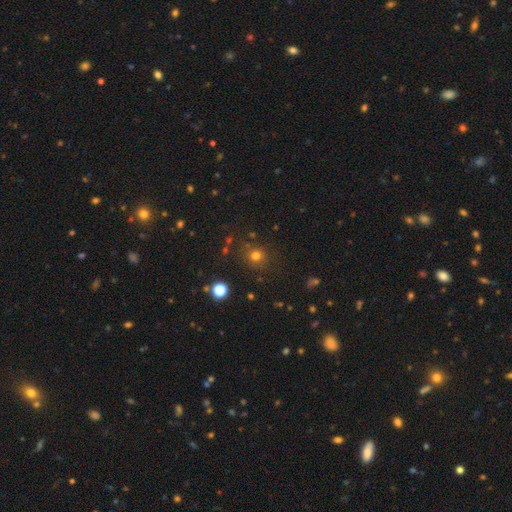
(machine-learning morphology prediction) Overall: smooth (73%). How rounded: round (85%). Merging: none (81%).